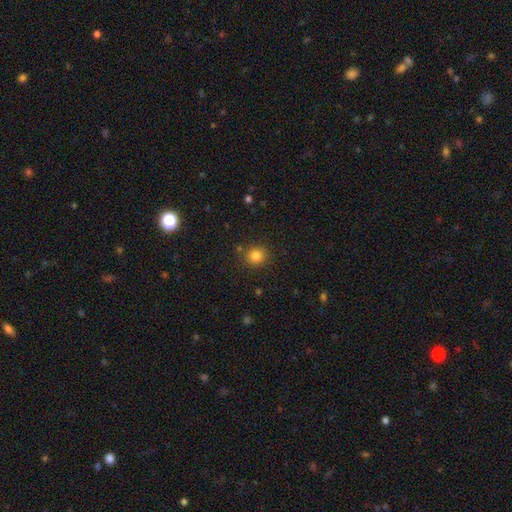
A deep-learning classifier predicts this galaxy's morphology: Smooth or featured: smooth — 82% (star or artifact — 13%)
How rounded: round — 85% (in between — 14%)
Merging: none — 85% (minor disturbance — 8%)